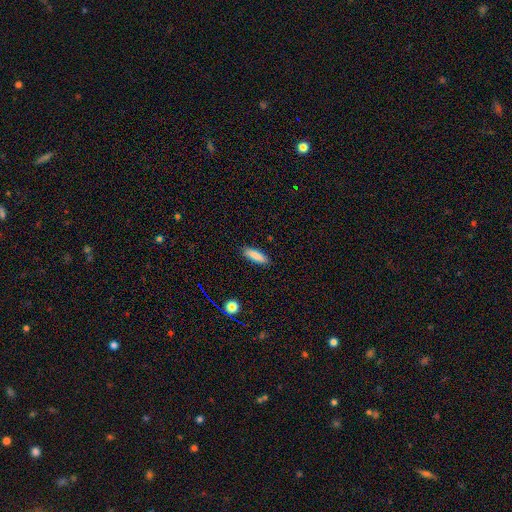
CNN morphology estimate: Smooth or featured? Predicted: smooth (p=0.87). How rounded? Predicted: in between (p=0.53). Merging? Predicted: none (p=0.88).